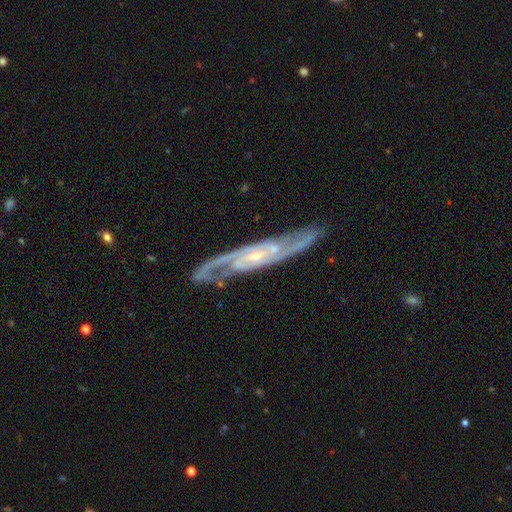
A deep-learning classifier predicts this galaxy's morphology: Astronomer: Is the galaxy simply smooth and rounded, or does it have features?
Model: featured or disk — 90%.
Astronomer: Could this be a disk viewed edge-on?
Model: no — 80%.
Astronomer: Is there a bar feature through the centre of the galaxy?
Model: no — 56%.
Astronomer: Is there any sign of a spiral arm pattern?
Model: yes — 98%.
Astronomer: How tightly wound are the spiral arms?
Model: medium — 50% (runner-up: tight, 34%).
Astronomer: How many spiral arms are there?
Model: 2 — 79%.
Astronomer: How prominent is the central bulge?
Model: small — 77%.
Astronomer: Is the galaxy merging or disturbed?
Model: none — 78%.